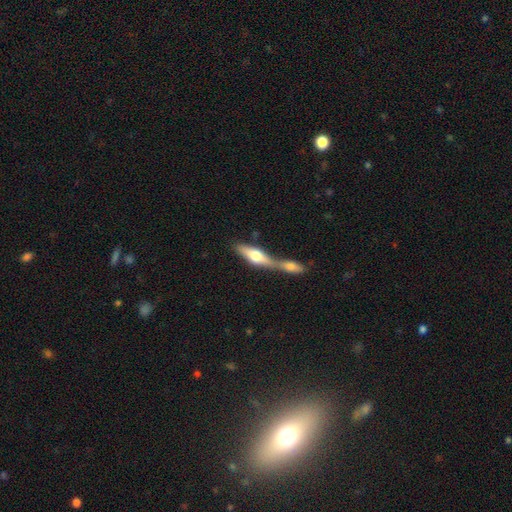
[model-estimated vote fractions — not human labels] A smooth galaxy with no disk features (53%) that is cigar-shaped (50%).

Vote fractions:
- Smooth or featured? smooth: 53% / featured or disk: 41% / star or artifact: 6%
- How rounded? cigar-shaped: 50% / in between: 47% / round: 4%
- Merging? merger: 66% / none: 22% / minor disturbance: 7% / major disturbance: 5%